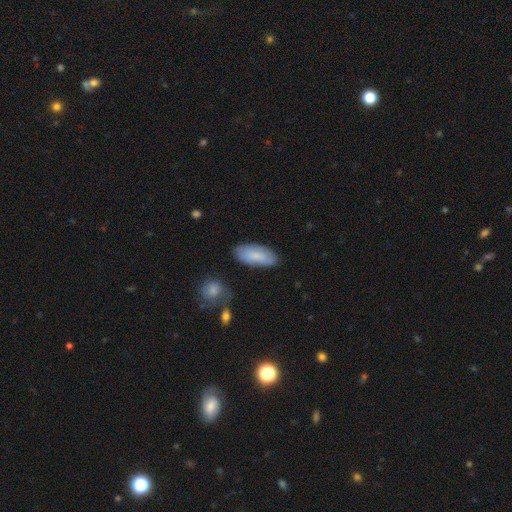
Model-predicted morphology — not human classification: Smooth or featured?
  - smooth: 81% *
  - featured or disk: 13%
  - star or artifact: 6%
How rounded?
  - in between: 85% *
  - cigar-shaped: 13%
  - round: 2%
Merging?
  - none: 77% *
  - minor disturbance: 16%
  - major disturbance: 4%
  - merger: 3%